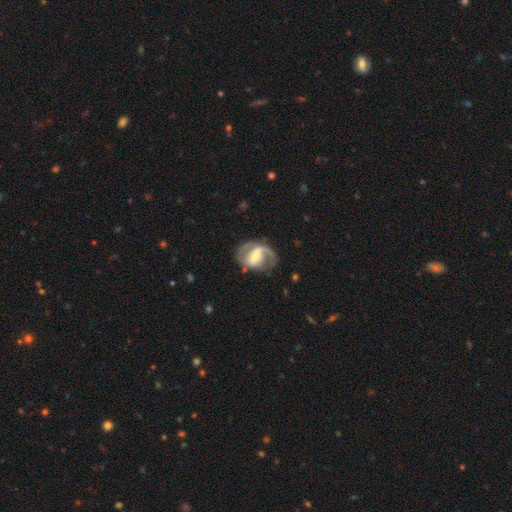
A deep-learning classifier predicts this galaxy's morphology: Smooth or featured: featured or disk — 79% (smooth — 15%)
Edge-on disk: no — 97% (yes — 3%)
Bar: weak — 43% (strong — 41%)
Spiral arms: yes — 90% (no — 10%)
Spiral winding: medium — 49% (loose — 30%)
Spiral arm count: 2 — 70% (1 — 22%)
Bulge size: moderate — 41% (small — 33%)
Merging: none — 61% (minor disturbance — 20%)